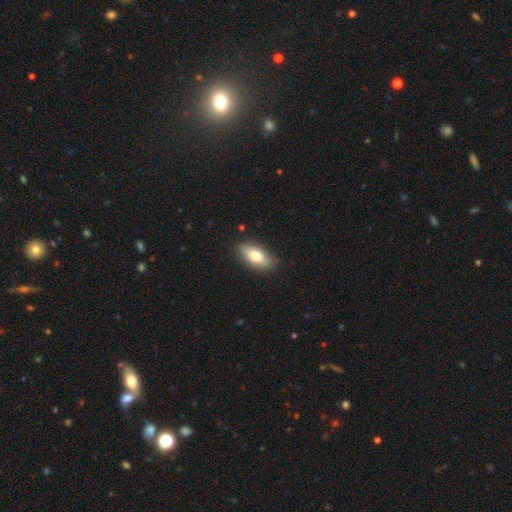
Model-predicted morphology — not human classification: This appears to be a smooth galaxy with no disk features (76%) that is in between round and cigar-shaped (82%). Merging: none (84%).